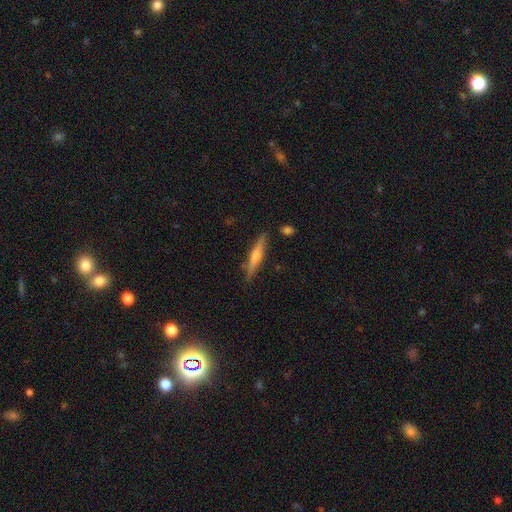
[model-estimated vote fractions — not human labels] A featured or disk galaxy (58%) viewed edge-on (96%) with a rounded central bulge (79%). Merging: none (86%).